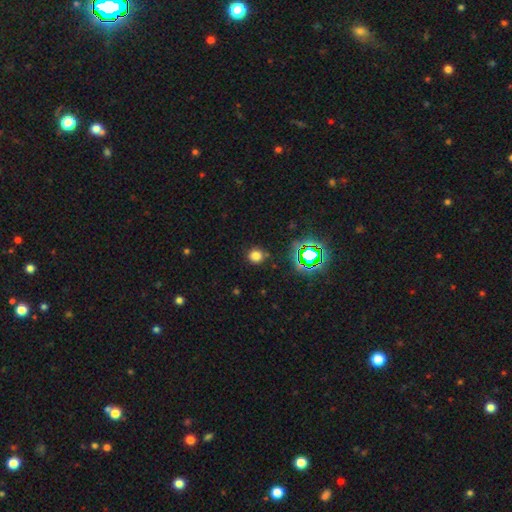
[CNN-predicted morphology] smooth 72%, star or artifact 23%, featured or disk 6%. Down the decision tree: how rounded — round (88%); merging — none (84%).